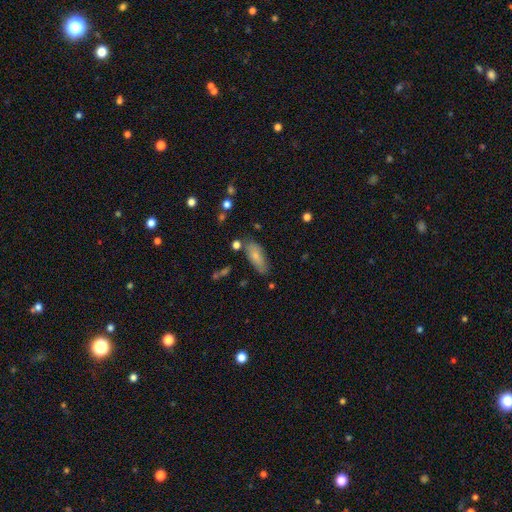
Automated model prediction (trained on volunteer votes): A smooth galaxy with no disk features (75%) that is in between round and cigar-shaped (81%). Merging: none (67%).